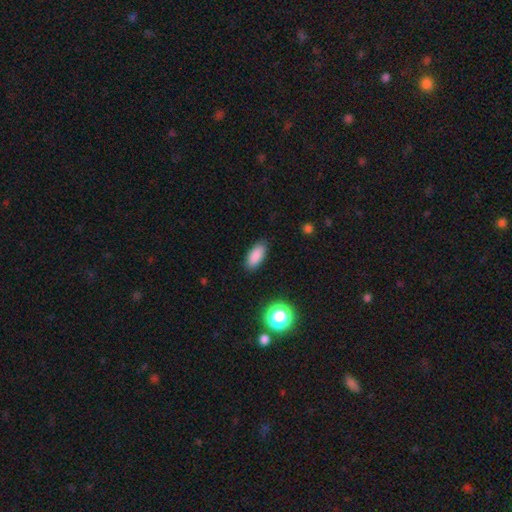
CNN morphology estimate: Smooth or featured: smooth — 87% (star or artifact — 9%)
How rounded: in between — 86% (cigar-shaped — 11%)
Merging: none — 86% (minor disturbance — 10%)